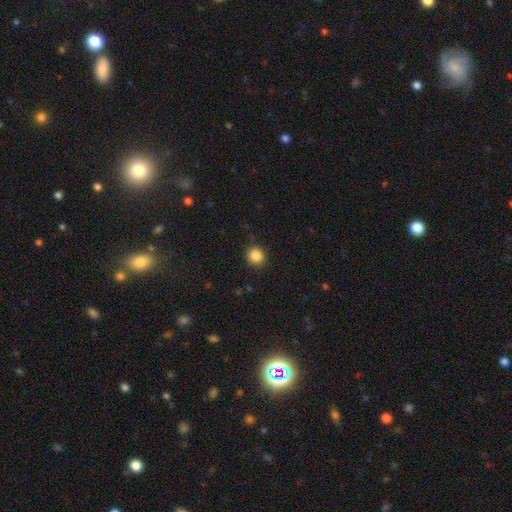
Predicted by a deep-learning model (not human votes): smooth_or_featured: smooth (p=0.86) [alt: star or artifact p=0.10]
how_rounded: round (p=0.91) [alt: in between p=0.08]
merging: none (p=0.89) [alt: minor disturbance p=0.08]